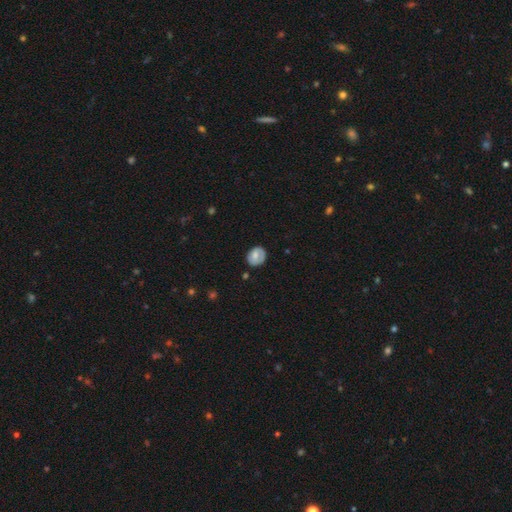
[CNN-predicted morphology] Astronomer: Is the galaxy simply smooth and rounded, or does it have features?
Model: smooth — 63%.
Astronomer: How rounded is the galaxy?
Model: round — 59% (runner-up: in between, 40%).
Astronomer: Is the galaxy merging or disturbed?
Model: none — 69%.